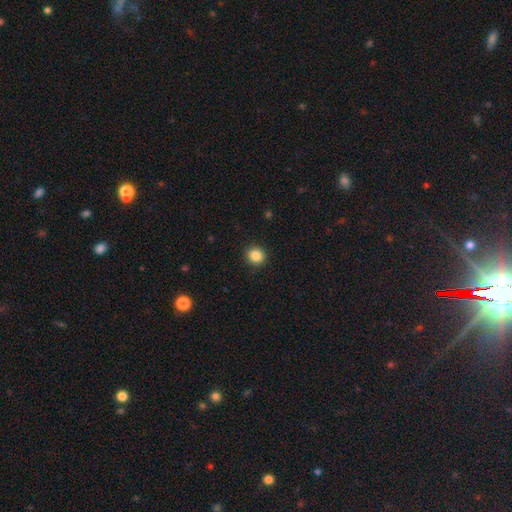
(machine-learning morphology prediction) A smooth galaxy with no disk features (86%) that is round (87%). Merging: none (92%).